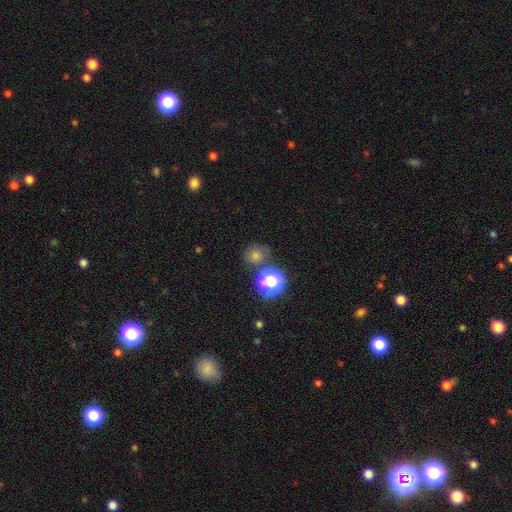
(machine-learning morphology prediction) A smooth galaxy with no disk features (57%) that is round (85%).

Vote fractions:
- Smooth or featured? smooth: 57% / star or artifact: 34% / featured or disk: 9%
- How rounded? round: 85% / in between: 13% / cigar-shaped: 1%
- Merging? none: 78% / minor disturbance: 10% / merger: 8% / major disturbance: 4%